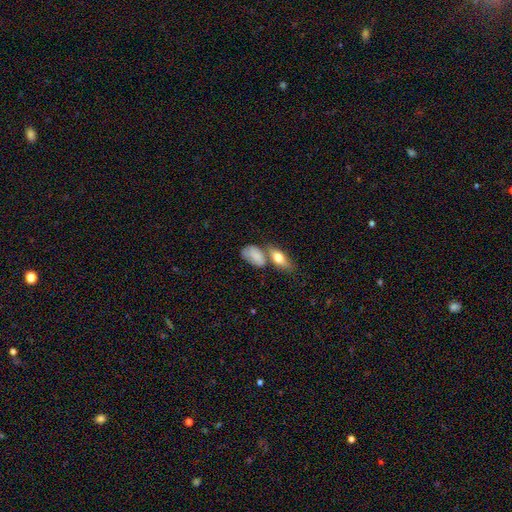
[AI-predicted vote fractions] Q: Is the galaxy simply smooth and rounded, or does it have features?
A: smooth — 75%.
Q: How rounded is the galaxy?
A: in between — 87%.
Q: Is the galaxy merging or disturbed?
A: merger — 42%.